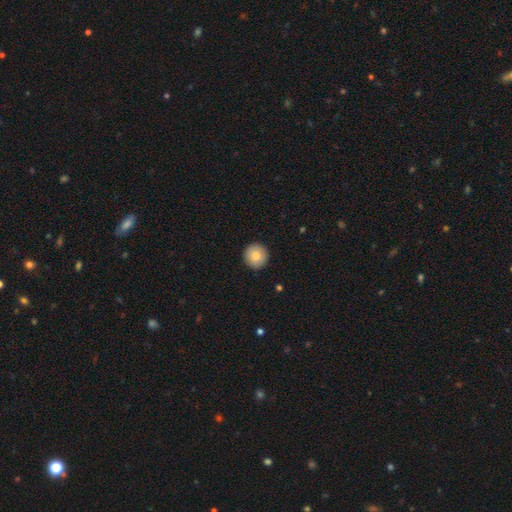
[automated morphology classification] A smooth galaxy with no disk features (80%) that is round (95%).

Vote fractions:
- Smooth or featured? smooth: 80% / featured or disk: 12% / star or artifact: 8%
- How rounded? round: 95% / in between: 4% / cigar-shaped: 1%
- Merging? none: 93% / minor disturbance: 5% / major disturbance: 1% / merger: 1%